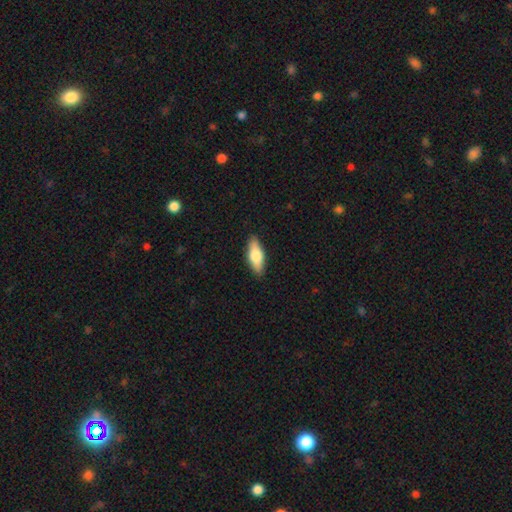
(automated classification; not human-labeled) smooth_or_featured: smooth (p=0.65) [alt: featured or disk p=0.29]
how_rounded: in between (p=0.66) [alt: cigar-shaped p=0.31]
merging: none (p=0.89) [alt: minor disturbance p=0.08]